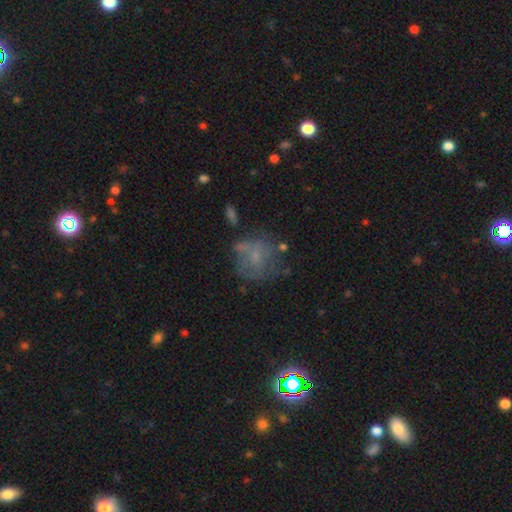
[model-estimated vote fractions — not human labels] smooth_or_featured: smooth (p=0.45) [alt: featured or disk p=0.37]
merging: none (p=0.49) [alt: minor disturbance p=0.23]